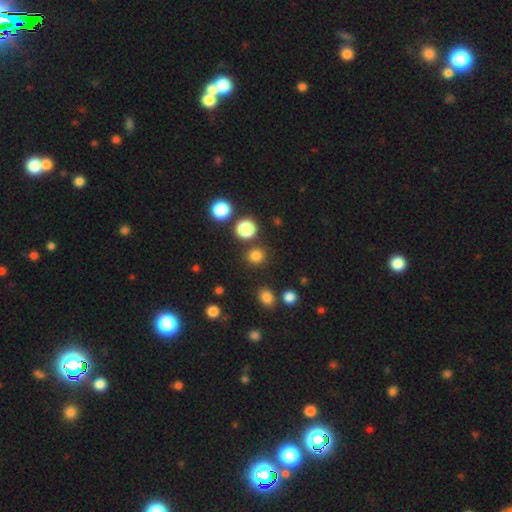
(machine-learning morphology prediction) This appears to be a smooth galaxy with no disk features (80%) that is round (89%). Merging: none (85%).